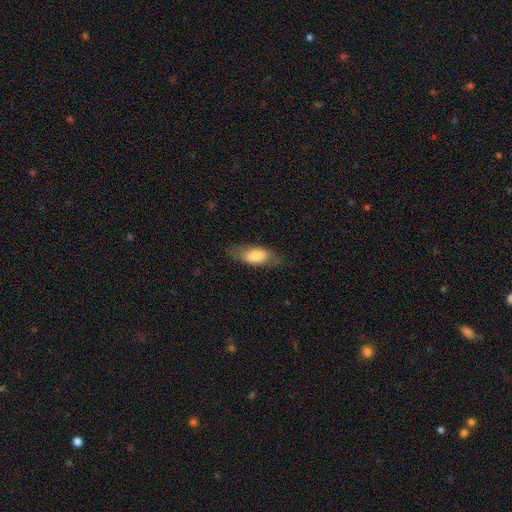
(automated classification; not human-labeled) This appears to be a smooth galaxy with no disk features (72%) that is in between round and cigar-shaped (79%). Merging: none (74%).